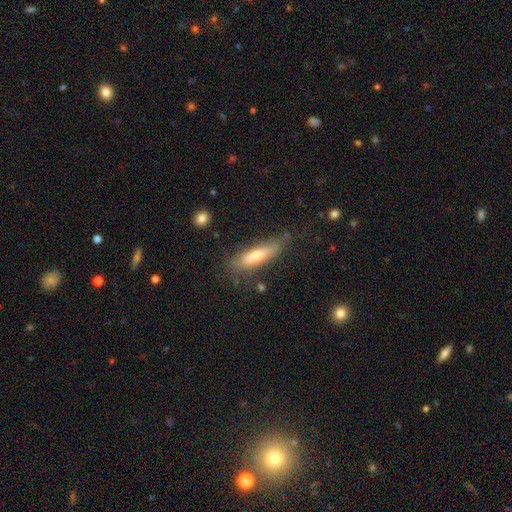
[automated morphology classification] smooth-or-featured: smooth: 63% | featured or disk: 30% | star or artifact: 7%
  how-rounded: cigar-shaped: 69% | in between: 29% | round: 2%
  merging: none: 69% | minor disturbance: 22% | major disturbance: 7% | merger: 3%